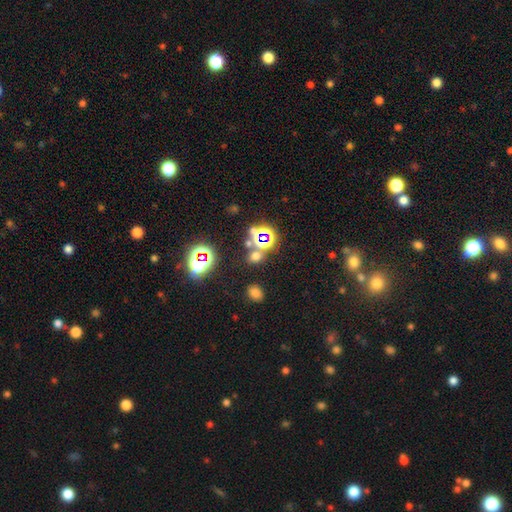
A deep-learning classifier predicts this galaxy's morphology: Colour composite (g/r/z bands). It shows a star or artifact, not a galaxy (47%).